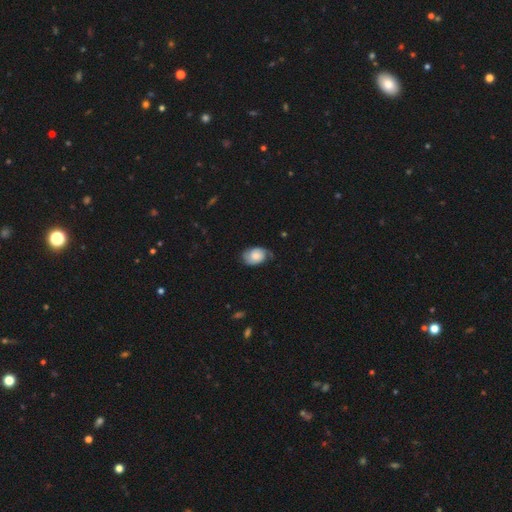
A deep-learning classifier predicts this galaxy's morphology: A smooth galaxy with no disk features (51%) that is in between round and cigar-shaped (78%).

Vote fractions:
- Smooth or featured? smooth: 51% / featured or disk: 41% / star or artifact: 8%
- How rounded? in between: 78% / round: 21% / cigar-shaped: 1%
- Merging? none: 60% / minor disturbance: 29% / major disturbance: 9% / merger: 1%